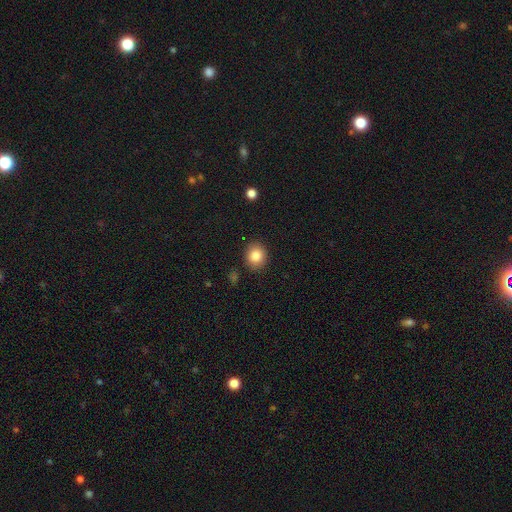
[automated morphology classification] A smooth galaxy with no disk features (84%) that is round (74%).

Vote fractions:
- Smooth or featured? smooth: 84% / star or artifact: 10% / featured or disk: 7%
- How rounded? round: 74% / in between: 25% / cigar-shaped: 1%
- Merging? none: 89% / minor disturbance: 8% / major disturbance: 2% / merger: 2%